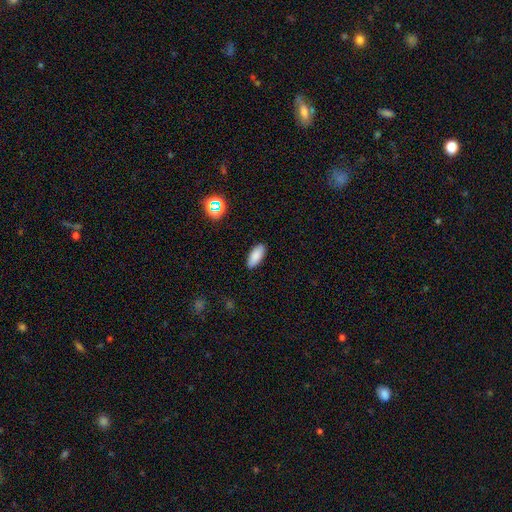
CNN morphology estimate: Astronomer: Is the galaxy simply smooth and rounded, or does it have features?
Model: smooth — 86%.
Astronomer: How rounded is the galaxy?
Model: in between — 84%.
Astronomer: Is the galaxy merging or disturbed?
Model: none — 89%.